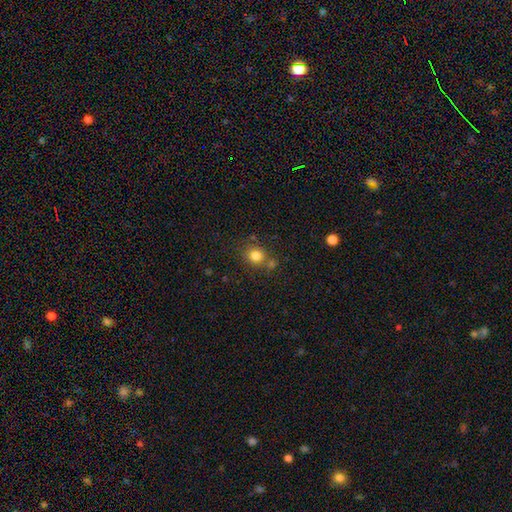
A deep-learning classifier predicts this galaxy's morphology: Overall: smooth (81%). How rounded: round (83%). Merging: none (70%).